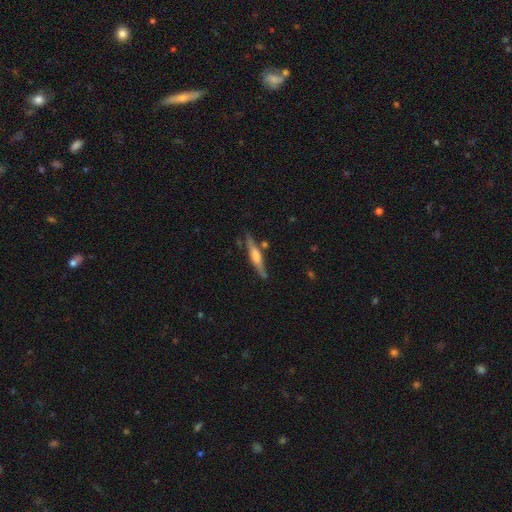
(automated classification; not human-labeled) The model was most divided on "smooth or featured": featured or disk: 57%, smooth: 37%, star or artifact: 6%. More confident: edge-on disk — yes (93%); merging — none (77%); edge-on bulge — rounded (67%).